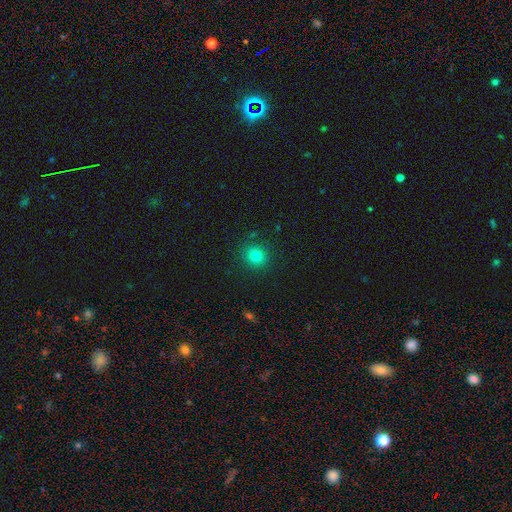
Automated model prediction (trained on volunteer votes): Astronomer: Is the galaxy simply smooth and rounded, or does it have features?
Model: smooth — 80%.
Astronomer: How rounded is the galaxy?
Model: round — 89%.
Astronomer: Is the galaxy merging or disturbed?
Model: none — 89%.